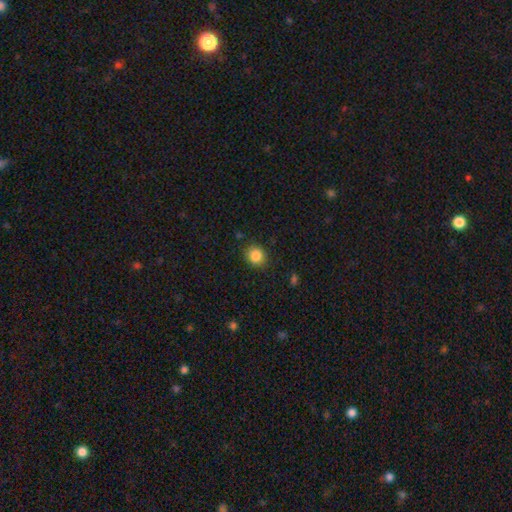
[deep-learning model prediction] smooth-or-featured: smooth: 85% | star or artifact: 10% | featured or disk: 5%
  how-rounded: round: 80% | in between: 19% | cigar-shaped: 1%
  merging: none: 87% | minor disturbance: 9% | major disturbance: 2% | merger: 1%